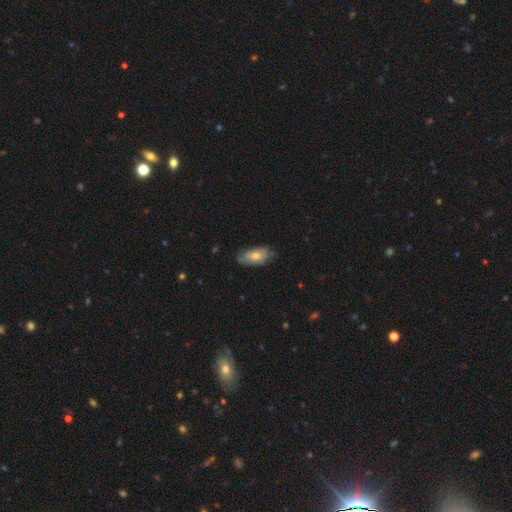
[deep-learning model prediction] Smooth or featured: smooth — 57% (featured or disk — 36%)
How rounded: in between — 88% (cigar-shaped — 8%)
Merging: none — 67% (minor disturbance — 26%)